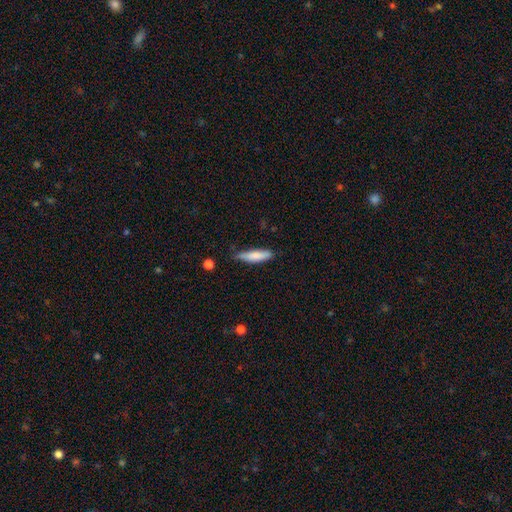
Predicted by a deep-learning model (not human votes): This is clearly a smooth galaxy (81%). How rounded: likely cigar-shaped (71%). Merging: likely none (69%).